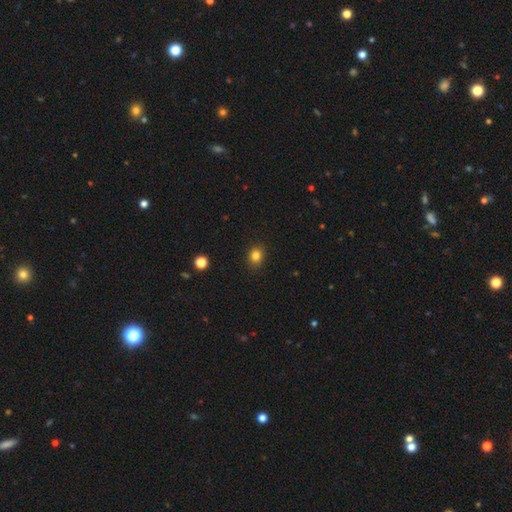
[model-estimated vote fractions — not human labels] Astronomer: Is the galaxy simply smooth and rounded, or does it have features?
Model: smooth — 83%.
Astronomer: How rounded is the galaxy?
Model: round — 64%.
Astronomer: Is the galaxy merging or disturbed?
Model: none — 88%.